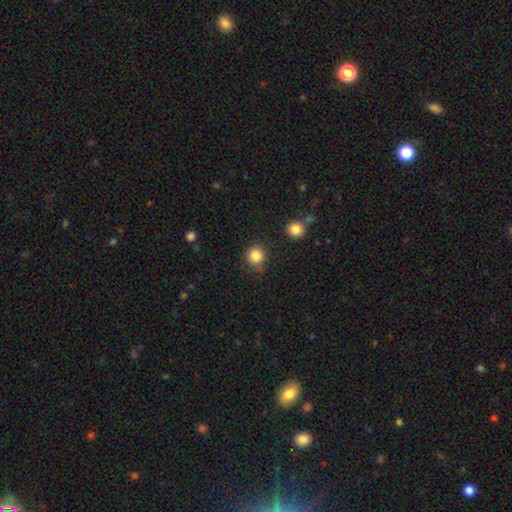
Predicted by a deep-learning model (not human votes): A smooth galaxy with no disk features (86%) that is round (92%).

Vote fractions:
- Smooth or featured? smooth: 86% / star or artifact: 11% / featured or disk: 4%
- How rounded? round: 92% / in between: 7% / cigar-shaped: 1%
- Merging? none: 78% / minor disturbance: 14% / major disturbance: 4% / merger: 4%